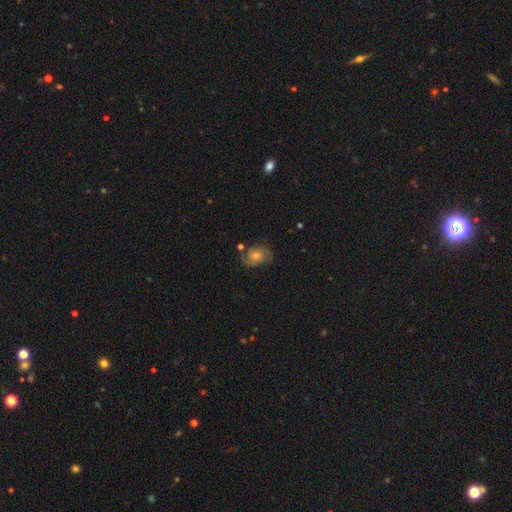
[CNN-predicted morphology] type=featured or disk (66%); edge-on=no (97%); bar=no (73%); spiral arms=yes (91%); winding=medium (46%); arm count=2 (70%); bulge=moderate (58%); merging=none (76%).